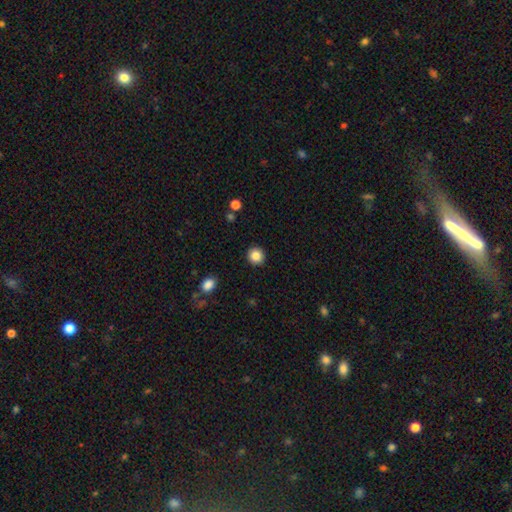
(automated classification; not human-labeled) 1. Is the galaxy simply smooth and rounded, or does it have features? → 86% smooth, 9% star or artifact, 4% featured or disk.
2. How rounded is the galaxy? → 91% round, 8% in between, 1% cigar-shaped.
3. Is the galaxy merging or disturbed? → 91% none, 6% minor disturbance, 2% major disturbance, 1% merger.